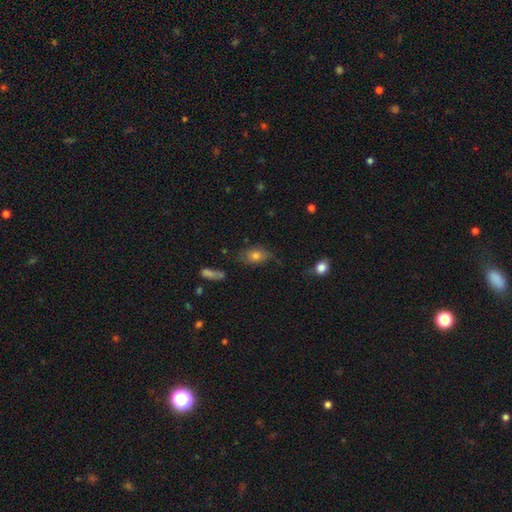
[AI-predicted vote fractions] Smooth or featured?
  - smooth: 73% *
  - featured or disk: 17%
  - star or artifact: 10%
How rounded?
  - in between: 83% *
  - round: 14%
  - cigar-shaped: 4%
Merging?
  - none: 62% *
  - minor disturbance: 25%
  - major disturbance: 9%
  - merger: 4%